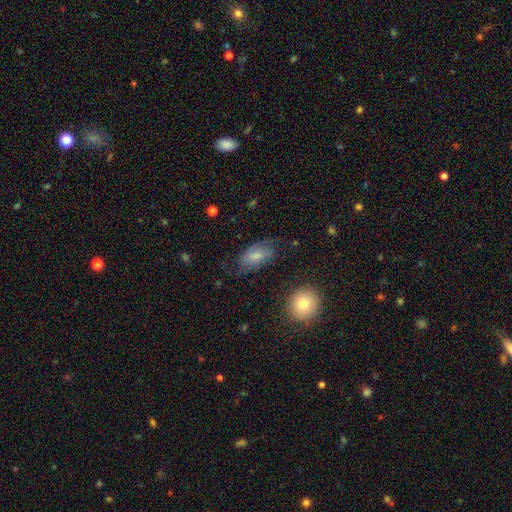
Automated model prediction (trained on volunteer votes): smooth_or_featured: smooth (p=0.53) [alt: featured or disk p=0.38]
how_rounded: in between (p=0.91) [alt: round p=0.05]
merging: none (p=0.57) [alt: minor disturbance p=0.25]